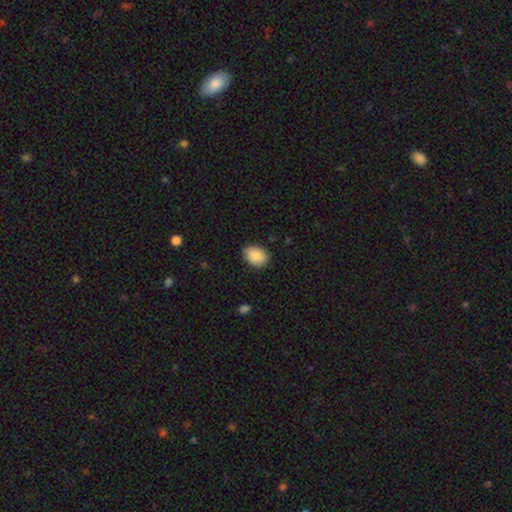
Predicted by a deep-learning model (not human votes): smooth-or-featured: smooth: 89% | star or artifact: 7% | featured or disk: 5%
  how-rounded: in between: 71% | round: 28% | cigar-shaped: 1%
  merging: none: 83% | minor disturbance: 14% | major disturbance: 2% | merger: 1%